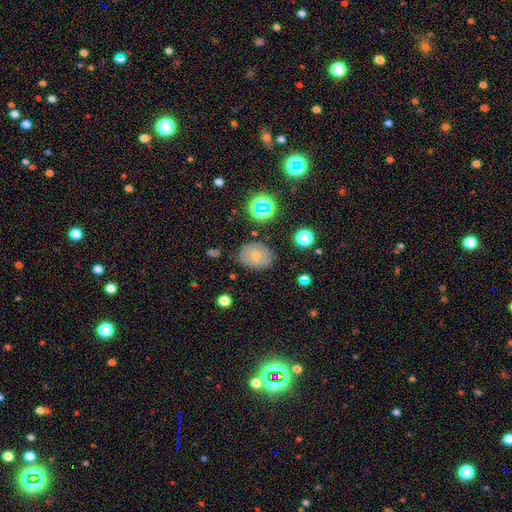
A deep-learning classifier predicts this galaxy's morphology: smooth-or-featured: smooth: 59% | featured or disk: 24% | star or artifact: 17%
  how-rounded: round: 50% | in between: 49% | cigar-shaped: 1%
  merging: none: 77% | minor disturbance: 16% | major disturbance: 5% | merger: 3%